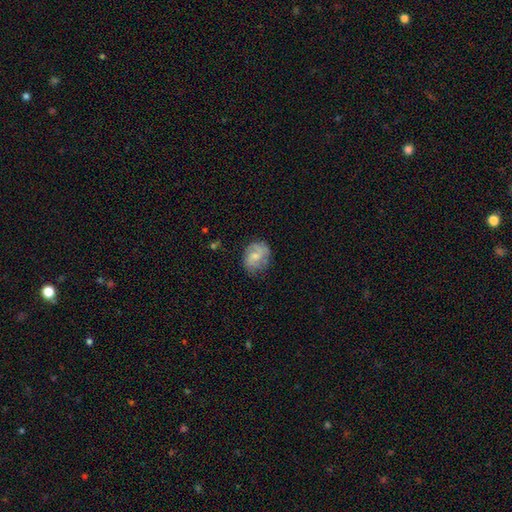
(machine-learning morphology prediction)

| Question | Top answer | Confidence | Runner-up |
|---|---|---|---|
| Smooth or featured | smooth | 47% | featured or disk (45%) |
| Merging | none | 67% | minor disturbance (23%) |